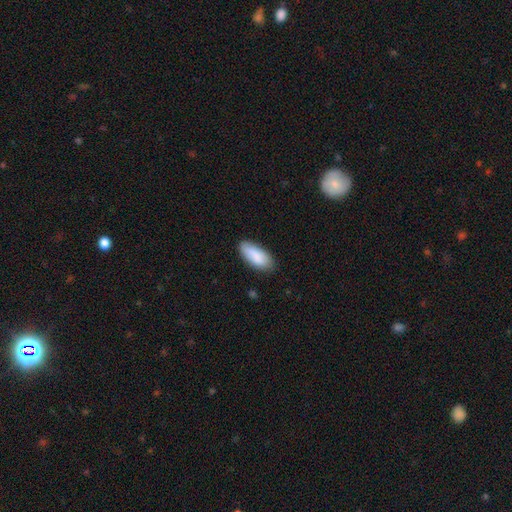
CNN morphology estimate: smooth 87%, featured or disk 7%, star or artifact 6%. Down the decision tree: how rounded — in between (86%); merging — none (81%).